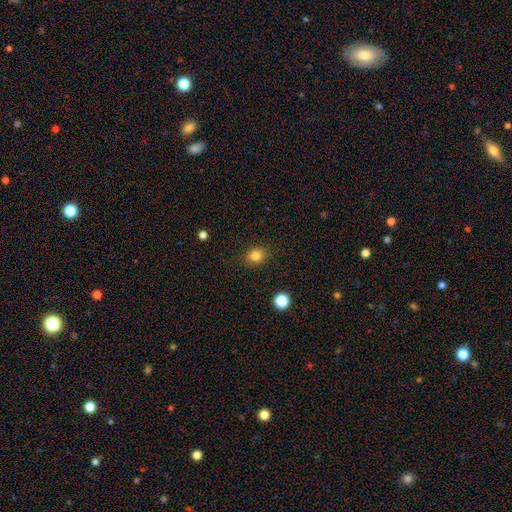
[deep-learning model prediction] Morphology: type=smooth (83%); roundness=round (65%); merging=none (87%).